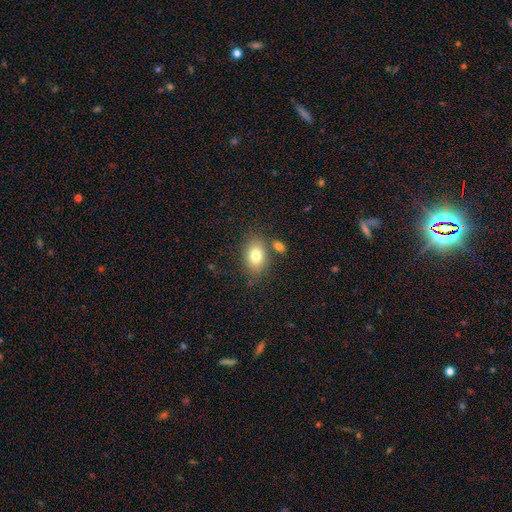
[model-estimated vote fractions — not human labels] smooth_or_featured: smooth (p=0.79) [alt: featured or disk p=0.12]
how_rounded: in between (p=0.81) [alt: round p=0.17]
merging: none (p=0.71) [alt: minor disturbance p=0.14]